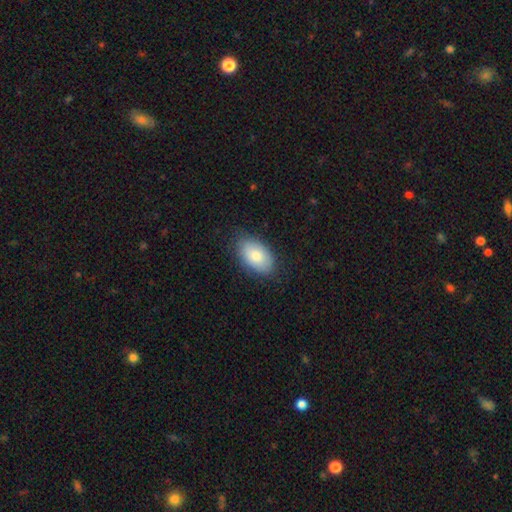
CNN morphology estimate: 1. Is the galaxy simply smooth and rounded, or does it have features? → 81% smooth, 13% featured or disk, 6% star or artifact.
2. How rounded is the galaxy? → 93% in between, 5% round, 1% cigar-shaped.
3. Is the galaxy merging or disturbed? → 78% none, 17% minor disturbance, 4% major disturbance, 1% merger.